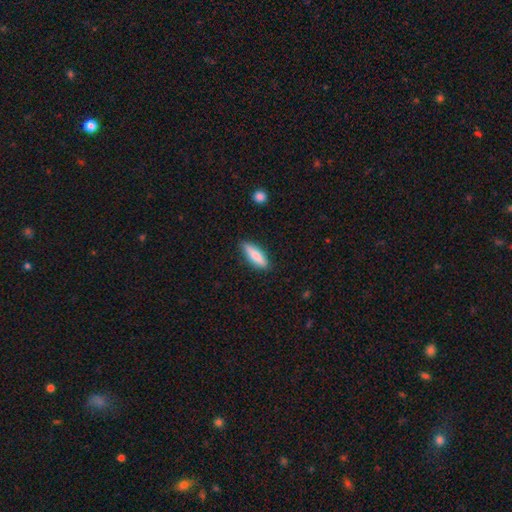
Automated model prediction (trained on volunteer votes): Q: Smooth or featured?
A: smooth (76%); runner-up: featured or disk (18%)
Q: How rounded?
A: cigar-shaped (59%); runner-up: in between (39%)
Q: Merging?
A: none (84%); runner-up: minor disturbance (13%)